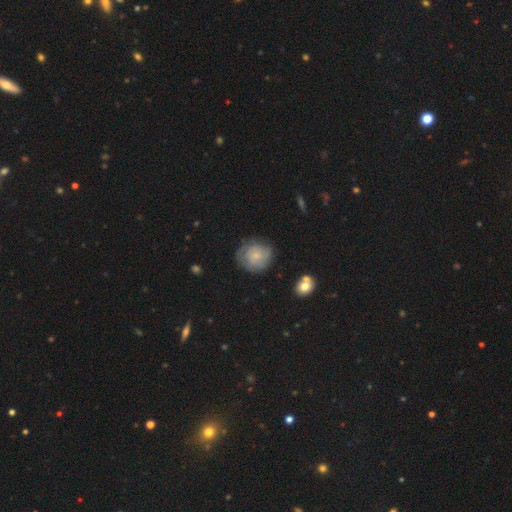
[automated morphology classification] Overall: smooth (51%; featured or disk 42%). How rounded: round (86%). Merging: none (65%).